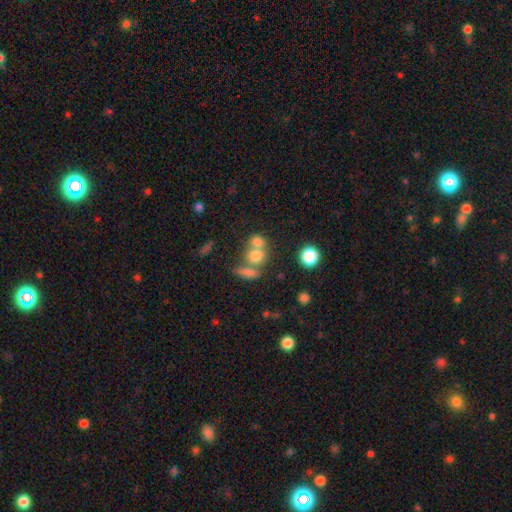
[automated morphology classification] Smooth or featured: smooth — 72% (star or artifact — 14%)
How rounded: round — 67% (in between — 30%)
Merging: merger — 50% (none — 37%)